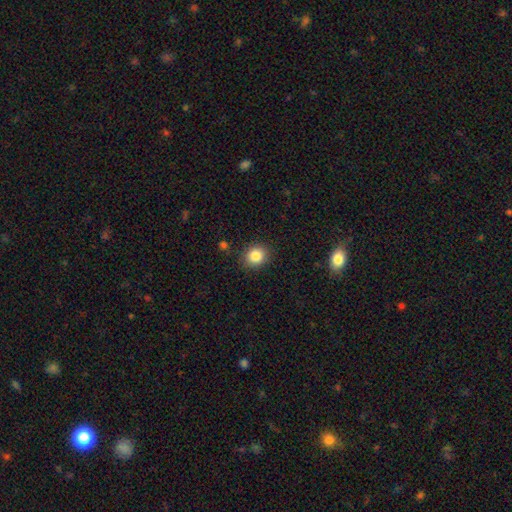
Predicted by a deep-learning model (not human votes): smooth_or_featured: smooth (p=0.85) [alt: star or artifact p=0.10]
how_rounded: round (p=0.73) [alt: in between p=0.26]
merging: none (p=0.87) [alt: minor disturbance p=0.09]